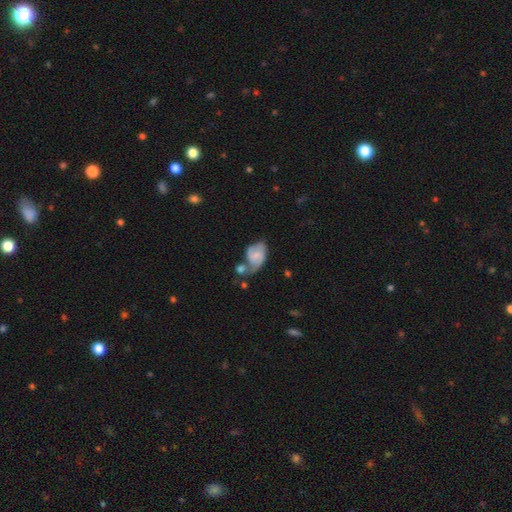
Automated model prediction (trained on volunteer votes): A featured or disk galaxy (51%). Merging: none (29%, tied with merger).